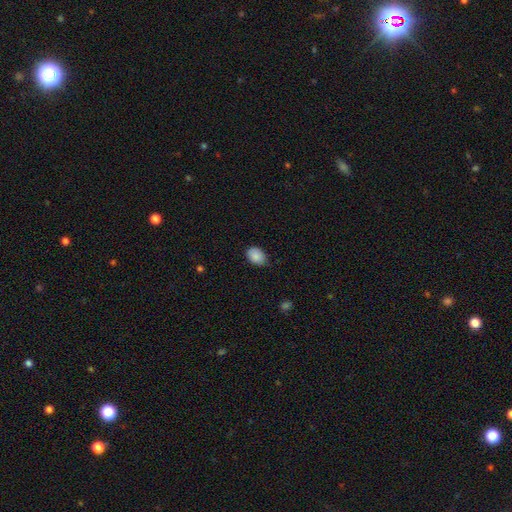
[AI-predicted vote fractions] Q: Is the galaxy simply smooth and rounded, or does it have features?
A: smooth — 88%.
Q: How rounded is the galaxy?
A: in between — 76%.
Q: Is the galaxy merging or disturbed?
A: none — 77%.